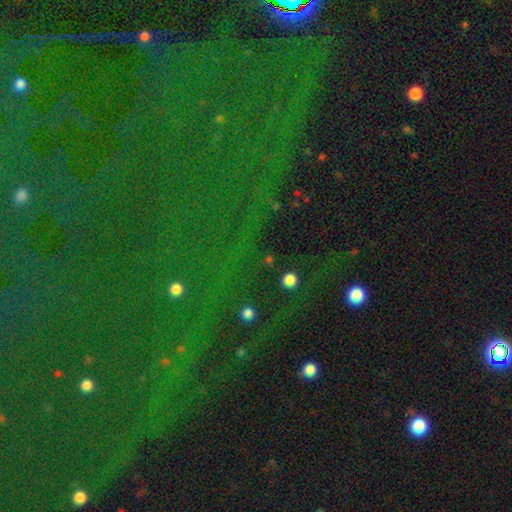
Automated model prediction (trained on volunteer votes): A star or artifact, not a galaxy (85%).

Vote fractions:
- Smooth or featured? star or artifact: 85% / smooth: 8% / featured or disk: 7%